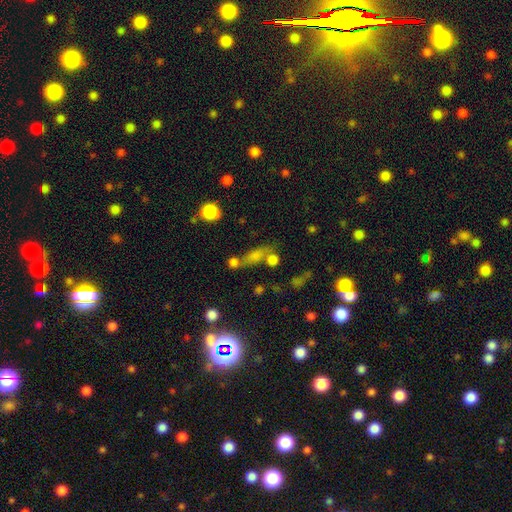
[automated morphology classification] Q: Smooth or featured?
A: smooth (67%); runner-up: featured or disk (17%)
Q: How rounded?
A: in between (45%); runner-up: cigar-shaped (29%)
Q: Merging?
A: none (47%); runner-up: merger (30%)